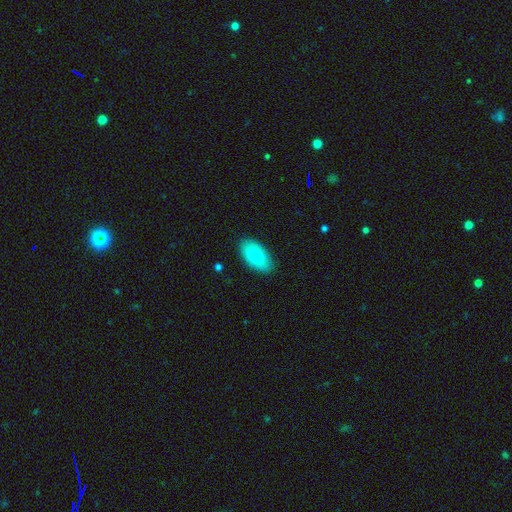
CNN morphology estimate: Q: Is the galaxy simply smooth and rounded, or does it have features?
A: smooth — 79%.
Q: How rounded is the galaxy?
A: in between — 95%.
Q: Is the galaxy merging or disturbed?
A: none — 87%.